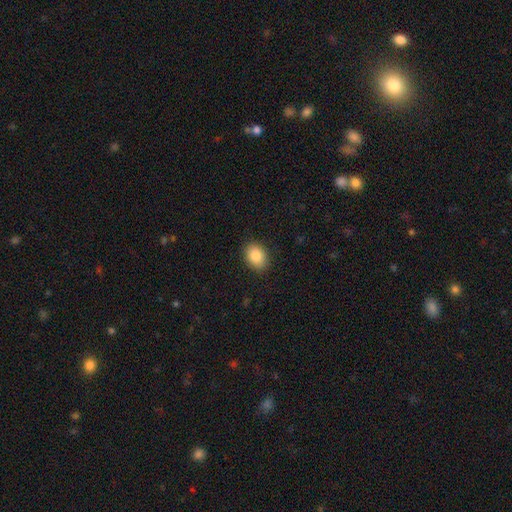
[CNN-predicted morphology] This is clearly a smooth galaxy (87%). How rounded: likely in between (67%). Merging: clearly none (88%).